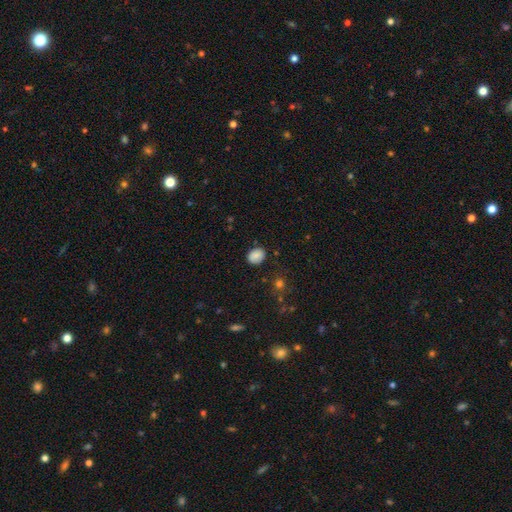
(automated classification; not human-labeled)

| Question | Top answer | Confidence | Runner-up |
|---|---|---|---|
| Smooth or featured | smooth | 85% | star or artifact (9%) |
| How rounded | in between | 50% | round (49%) |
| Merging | none | 82% | minor disturbance (13%) |